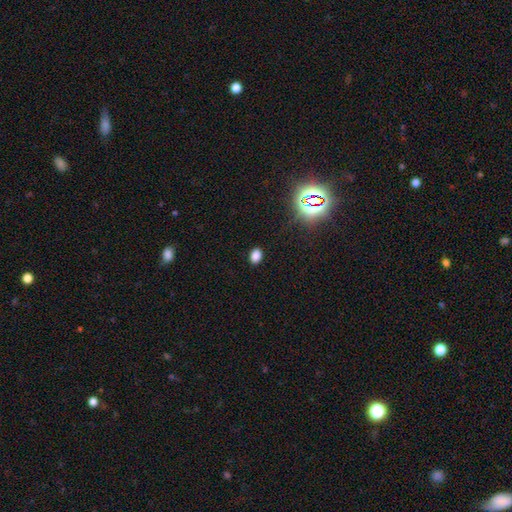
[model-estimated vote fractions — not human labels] Q: Smooth or featured?
A: smooth (80%); runner-up: star or artifact (16%)
Q: How rounded?
A: in between (77%); runner-up: round (22%)
Q: Merging?
A: none (88%); runner-up: minor disturbance (8%)